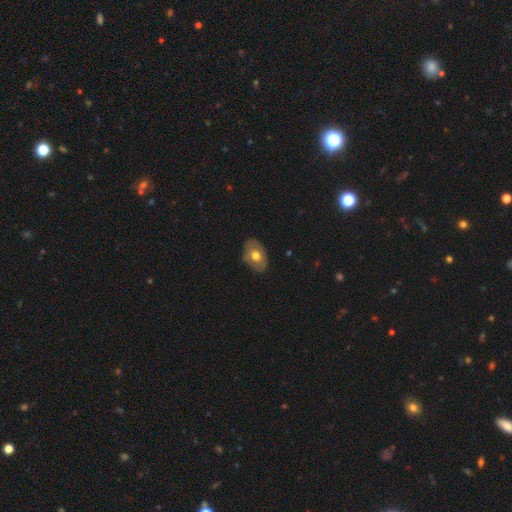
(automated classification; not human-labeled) This is possibly a smooth galaxy (56%). How rounded: clearly in between (81%). Merging: likely none (74%).